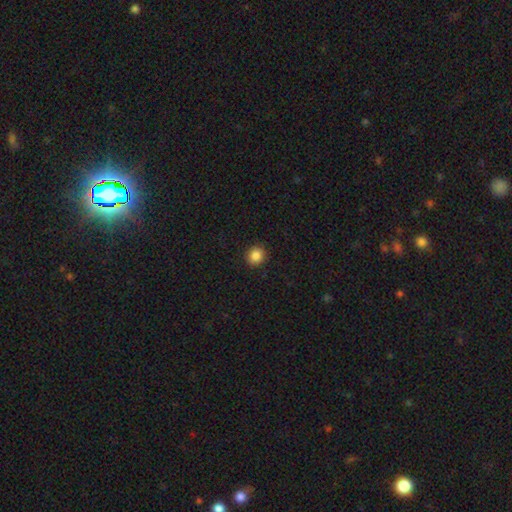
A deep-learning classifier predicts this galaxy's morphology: The model was most divided on "how rounded": round: 87%, in between: 12%, cigar-shaped: 1%. More confident: merging — none (92%); smooth or featured — smooth (86%).